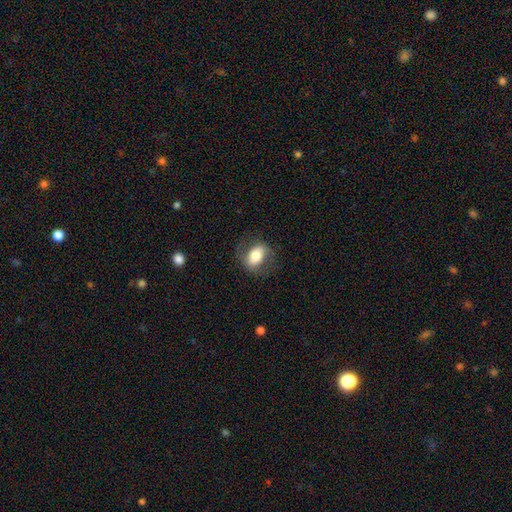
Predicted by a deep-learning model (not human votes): This appears to be a smooth galaxy with no disk features (58%) that is in between round and cigar-shaped (77%). Merging: none (70%).